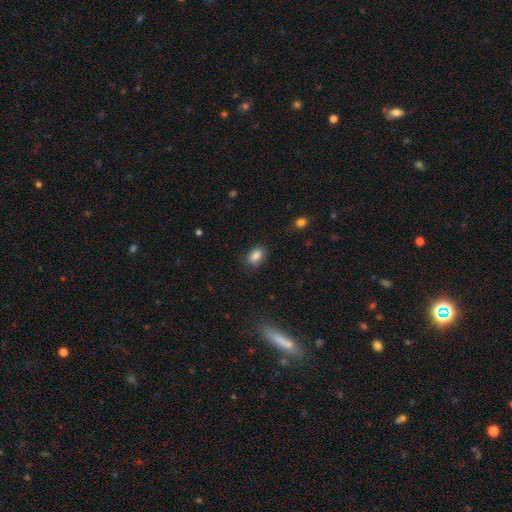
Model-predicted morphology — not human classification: This is clearly a smooth galaxy (86%). How rounded: clearly in between (84%). Merging: likely none (79%).